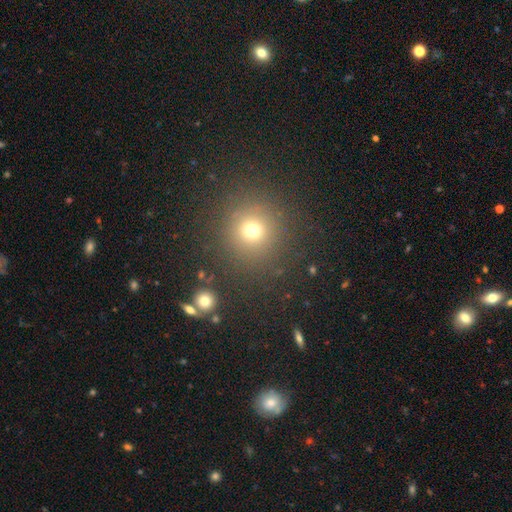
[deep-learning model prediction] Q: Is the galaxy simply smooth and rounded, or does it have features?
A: smooth — 57%.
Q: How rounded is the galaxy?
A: round — 94%.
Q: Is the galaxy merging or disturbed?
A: none — 90%.